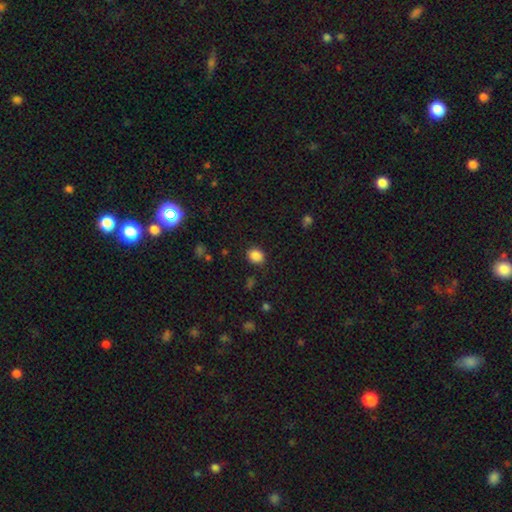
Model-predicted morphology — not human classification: A smooth galaxy with no disk features (86%) that is round (60%). Merging: none (85%).